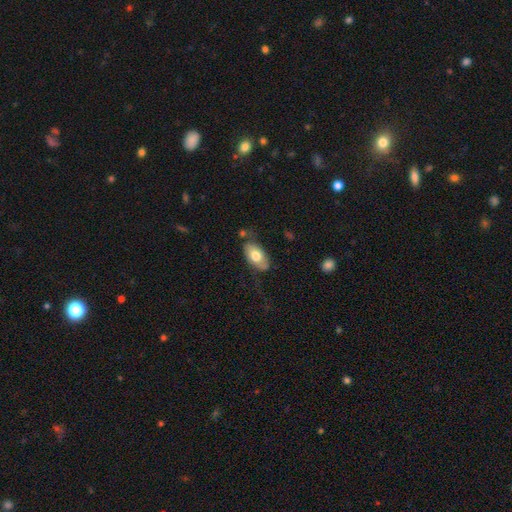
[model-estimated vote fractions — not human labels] Morphology: type=smooth (69%); roundness=in between (93%); merging=none (66%).